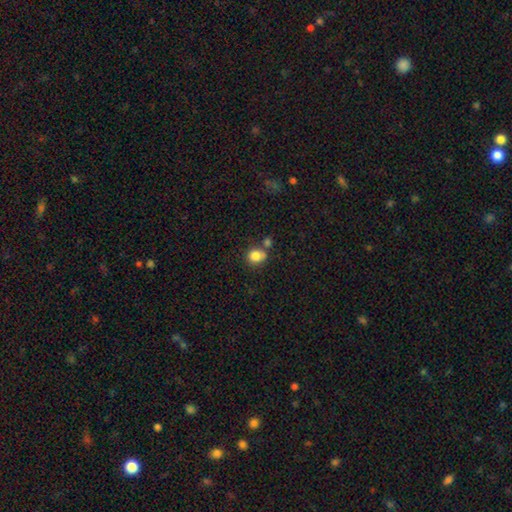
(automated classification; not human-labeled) Smooth or featured?
  - smooth: 83% *
  - star or artifact: 10%
  - featured or disk: 7%
How rounded?
  - round: 77% *
  - in between: 22%
  - cigar-shaped: 1%
Merging?
  - none: 58% *
  - merger: 23%
  - minor disturbance: 15%
  - major disturbance: 5%